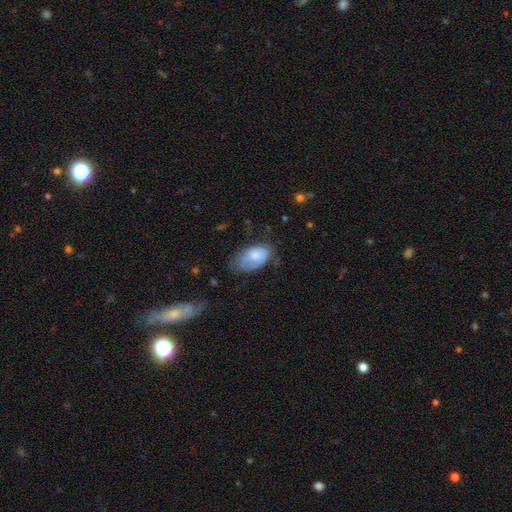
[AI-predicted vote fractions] Overall: smooth (65%; featured or disk 29%). How rounded: in between (93%). Merging: none (43%; minor disturbance 37%).